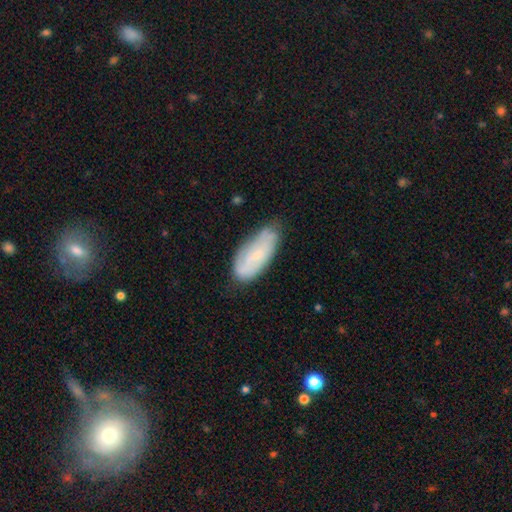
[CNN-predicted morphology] smooth-or-featured: smooth: 56% | featured or disk: 37% | star or artifact: 7%
  how-rounded: in between: 83% | cigar-shaped: 15% | round: 2%
  merging: none: 61% | minor disturbance: 30% | major disturbance: 7% | merger: 2%